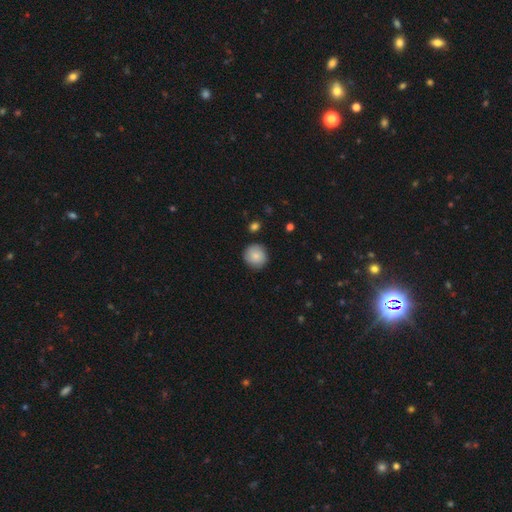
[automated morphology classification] smooth_or_featured: smooth (p=0.84) [alt: featured or disk p=0.08]
how_rounded: round (p=0.92) [alt: in between p=0.07]
merging: none (p=0.87) [alt: minor disturbance p=0.09]